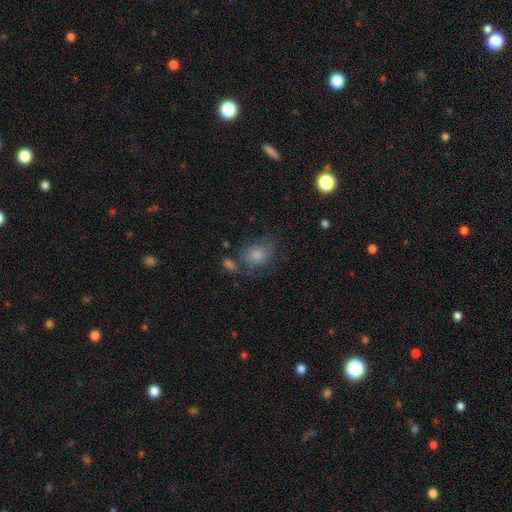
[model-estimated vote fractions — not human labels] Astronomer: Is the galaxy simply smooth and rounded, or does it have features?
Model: smooth — 68%.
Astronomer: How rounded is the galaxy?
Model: round — 52% (runner-up: in between, 47%).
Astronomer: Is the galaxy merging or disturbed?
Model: none — 60%.